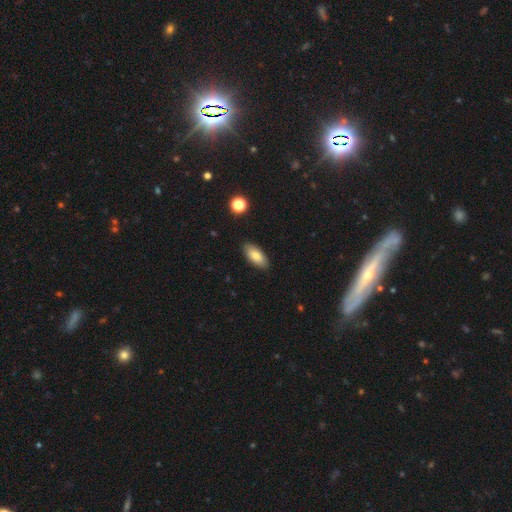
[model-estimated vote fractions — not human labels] A smooth galaxy with no disk features (81%) that is in between round and cigar-shaped (88%).

Vote fractions:
- Smooth or featured? smooth: 81% / featured or disk: 12% / star or artifact: 7%
- How rounded? in between: 88% / cigar-shaped: 10% / round: 2%
- Merging? none: 88% / minor disturbance: 9% / major disturbance: 2% / merger: 1%